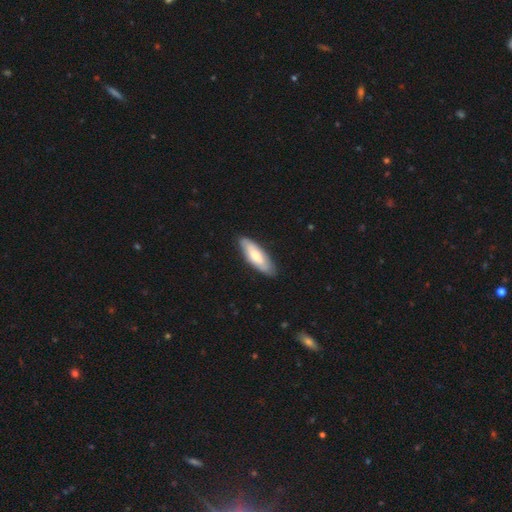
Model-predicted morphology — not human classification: Smooth or featured? smooth (65%)
How rounded? in between (59%)
Merging? none (83%)